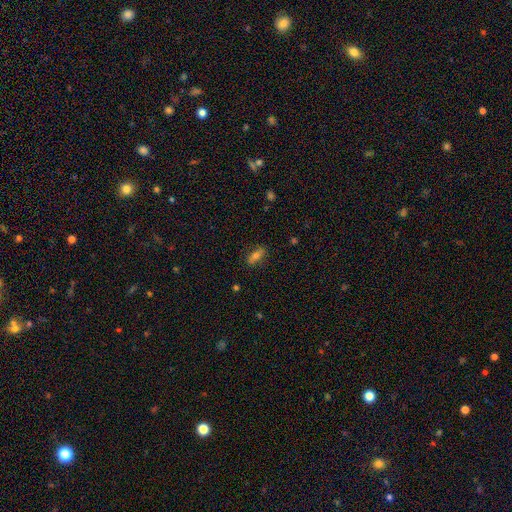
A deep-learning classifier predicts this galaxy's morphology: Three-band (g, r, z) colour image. It shows a smooth galaxy with no disk features (62%) that is in between round and cigar-shaped (59%). Merging: none (84%).